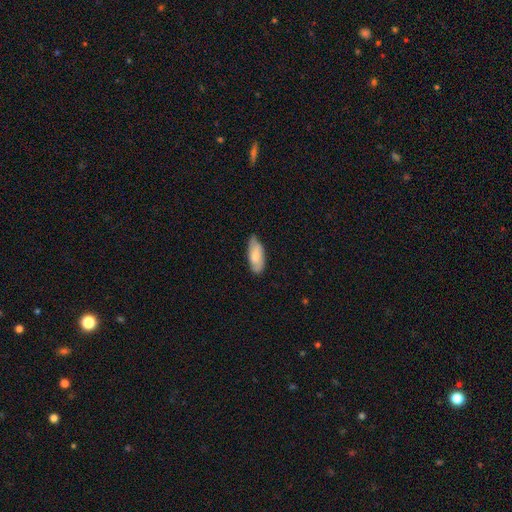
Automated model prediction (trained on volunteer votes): smooth_or_featured: smooth (p=0.75) [alt: featured or disk p=0.19]
how_rounded: in between (p=0.80) [alt: cigar-shaped p=0.18]
merging: none (p=0.72) [alt: minor disturbance p=0.24]